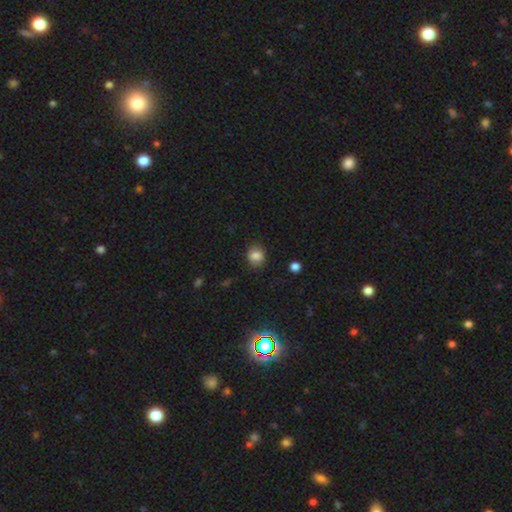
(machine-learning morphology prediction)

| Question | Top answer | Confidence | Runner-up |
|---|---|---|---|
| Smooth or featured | smooth | 82% | star or artifact (11%) |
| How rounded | round | 68% | in between (31%) |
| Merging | none | 82% | minor disturbance (13%) |